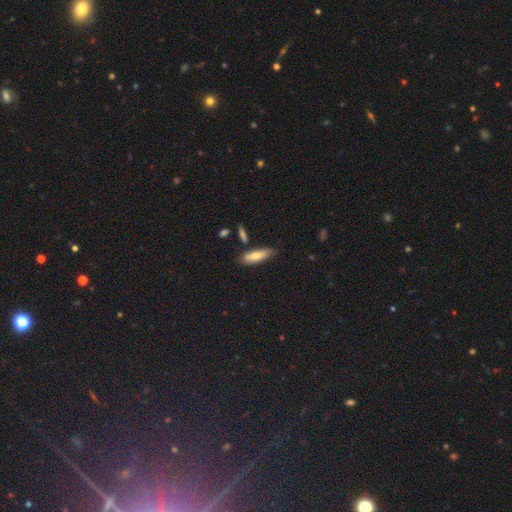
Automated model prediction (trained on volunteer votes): Q: Smooth or featured?
A: smooth (65%); runner-up: featured or disk (28%)
Q: How rounded?
A: in between (49%); runner-up: cigar-shaped (48%)
Q: Merging?
A: none (73%); runner-up: minor disturbance (18%)